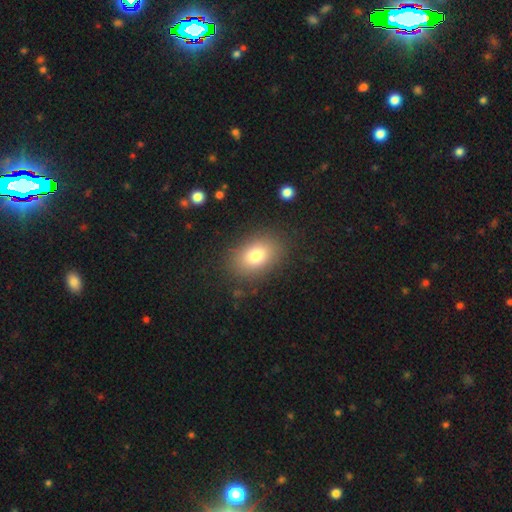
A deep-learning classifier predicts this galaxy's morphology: smooth-or-featured: smooth: 79% | featured or disk: 11% | star or artifact: 10%
  how-rounded: in between: 78% | round: 21% | cigar-shaped: 1%
  merging: none: 84% | minor disturbance: 10% | major disturbance: 4% | merger: 1%